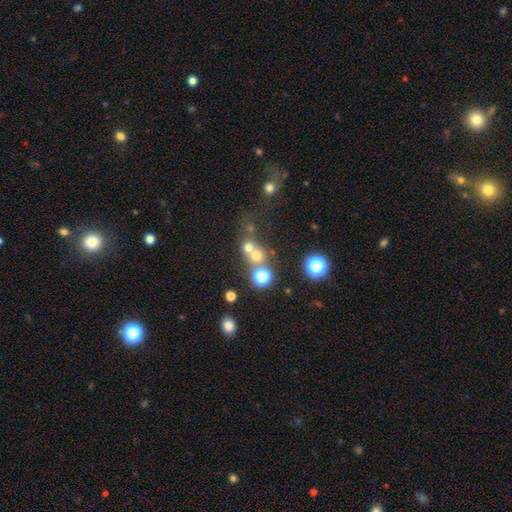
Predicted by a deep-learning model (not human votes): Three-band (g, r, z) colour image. It shows a smooth galaxy with no disk features (62%) that is round (86%). Merging: merger (44%, tied with none).